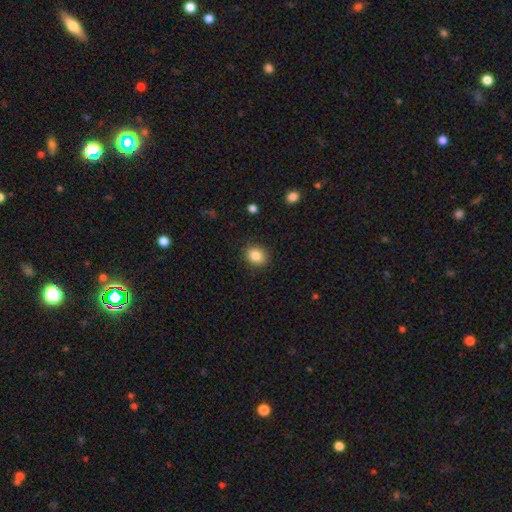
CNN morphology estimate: Smooth or featured: smooth — 84% (star or artifact — 10%)
How rounded: round — 58% (in between — 41%)
Merging: none — 88% (minor disturbance — 9%)